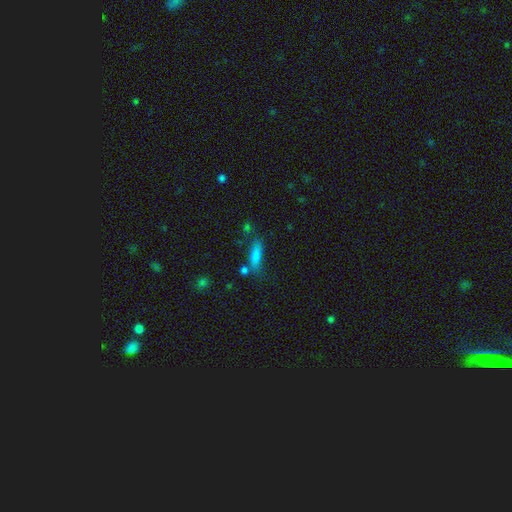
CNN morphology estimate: This is likely a smooth galaxy (75%). How rounded: possibly cigar-shaped (50%). Merging: likely none (63%).